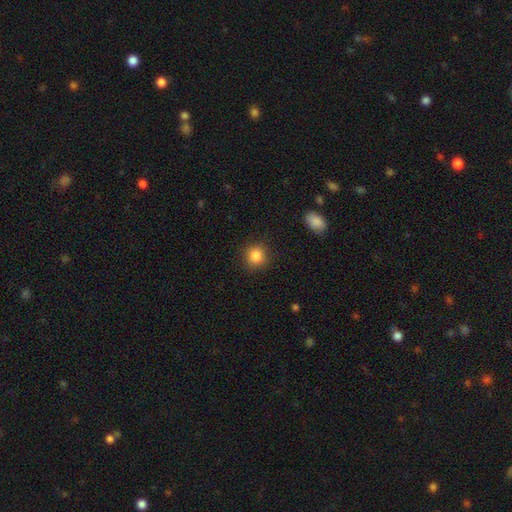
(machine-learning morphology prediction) Smooth or featured?
  - smooth: 85% *
  - star or artifact: 10%
  - featured or disk: 4%
How rounded?
  - round: 88% *
  - in between: 11%
  - cigar-shaped: 1%
Merging?
  - none: 88% *
  - minor disturbance: 8%
  - major disturbance: 3%
  - merger: 1%